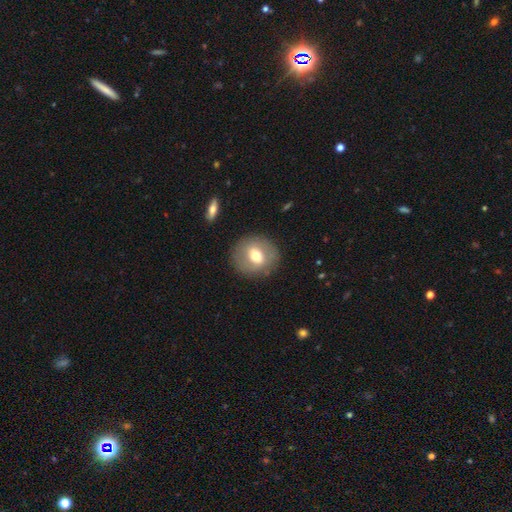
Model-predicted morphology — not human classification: This appears to be a smooth galaxy with no disk features (59%) that is round (79%). Merging: none (85%).